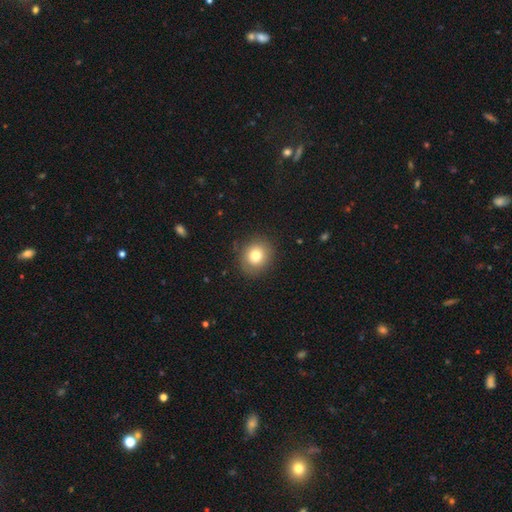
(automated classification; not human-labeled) A smooth galaxy with no disk features (78%) that is round (76%).

Vote fractions:
- Smooth or featured? smooth: 78% / featured or disk: 11% / star or artifact: 11%
- How rounded? round: 76% / in between: 23% / cigar-shaped: 1%
- Merging? none: 86% / minor disturbance: 10% / major disturbance: 3% / merger: 1%